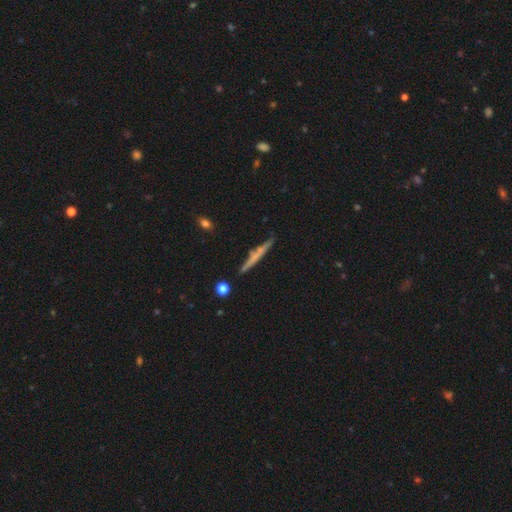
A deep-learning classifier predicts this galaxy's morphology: The model was most divided on "smooth or featured": featured or disk: 49%, smooth: 44%, star or artifact: 7%. More confident: merging — none (84%).